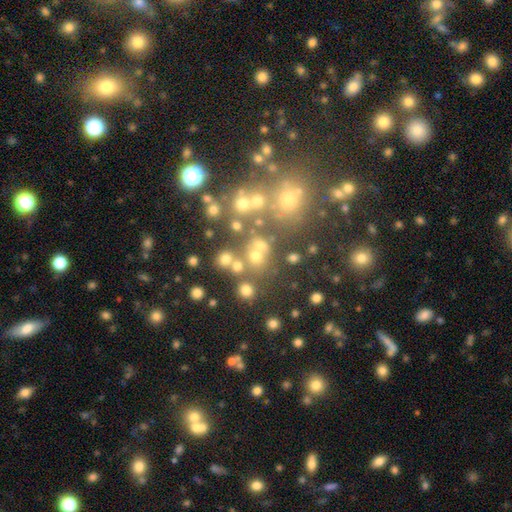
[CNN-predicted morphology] A smooth galaxy with no disk features (62%) that is round (80%).

Vote fractions:
- Smooth or featured? smooth: 62% / star or artifact: 24% / featured or disk: 14%
- How rounded? round: 80% / in between: 18% / cigar-shaped: 2%
- Merging? none: 64% / merger: 20% / minor disturbance: 10% / major disturbance: 6%